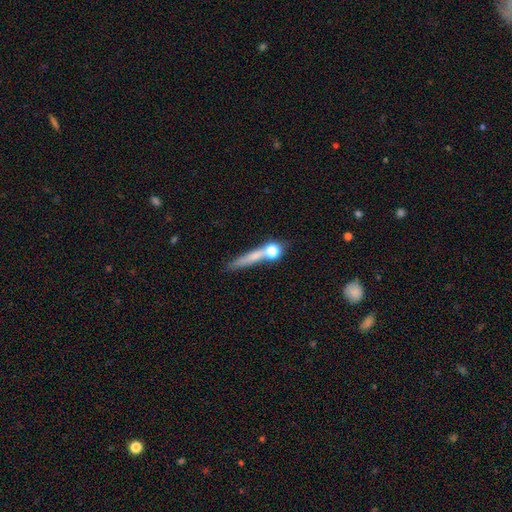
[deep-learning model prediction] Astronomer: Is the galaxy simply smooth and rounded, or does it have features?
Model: smooth — 54% (runner-up: featured or disk, 33%).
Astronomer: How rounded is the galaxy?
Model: cigar-shaped — 66%.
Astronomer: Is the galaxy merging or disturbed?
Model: none — 59%.